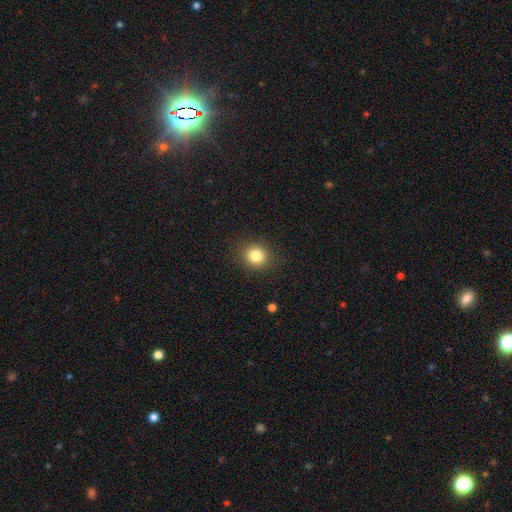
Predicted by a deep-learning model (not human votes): Smooth or featured: smooth — 82% (star or artifact — 11%)
How rounded: round — 80% (in between — 19%)
Merging: none — 89% (minor disturbance — 7%)